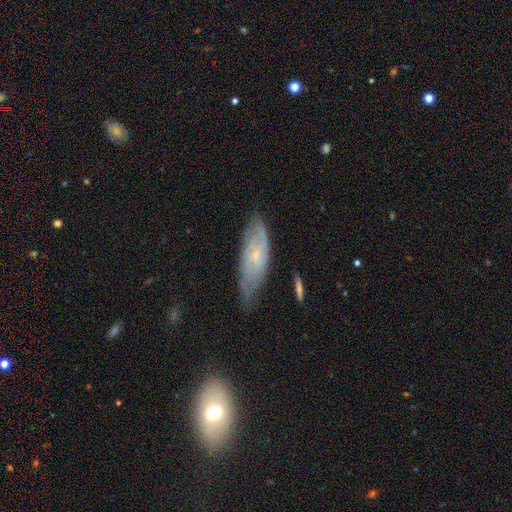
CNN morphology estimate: featured or disk 59%, smooth 33%, star or artifact 8%. Down the decision tree: edge-on disk — no (81%); merging — none (60%).